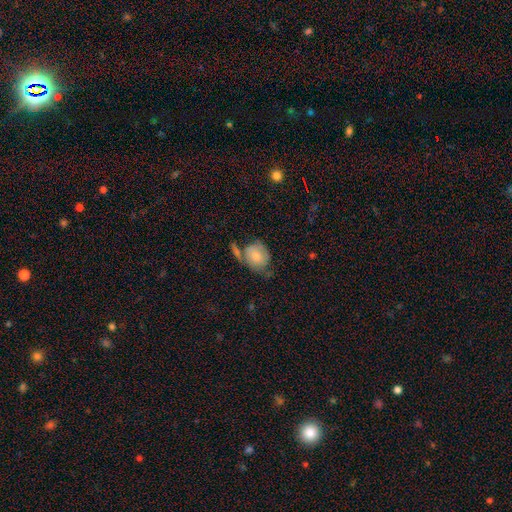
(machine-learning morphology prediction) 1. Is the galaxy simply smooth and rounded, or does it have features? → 68% smooth, 25% featured or disk, 7% star or artifact.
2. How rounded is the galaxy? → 55% round, 44% in between, 1% cigar-shaped.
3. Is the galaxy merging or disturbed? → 39% none, 26% minor disturbance, 20% merger, 14% major disturbance.